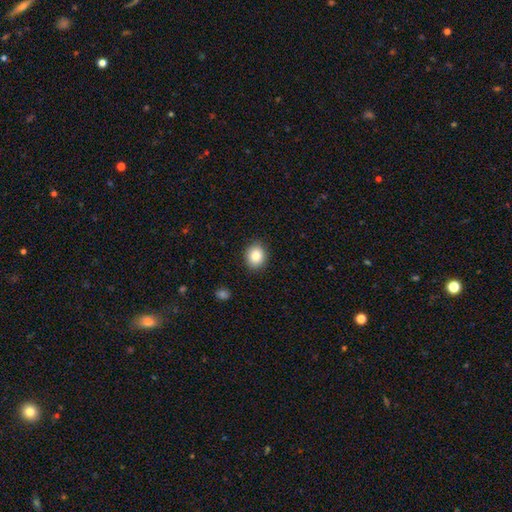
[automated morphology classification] Q: Smooth or featured?
A: smooth (83%); runner-up: star or artifact (9%)
Q: How rounded?
A: round (60%); runner-up: in between (39%)
Q: Merging?
A: none (90%); runner-up: minor disturbance (7%)